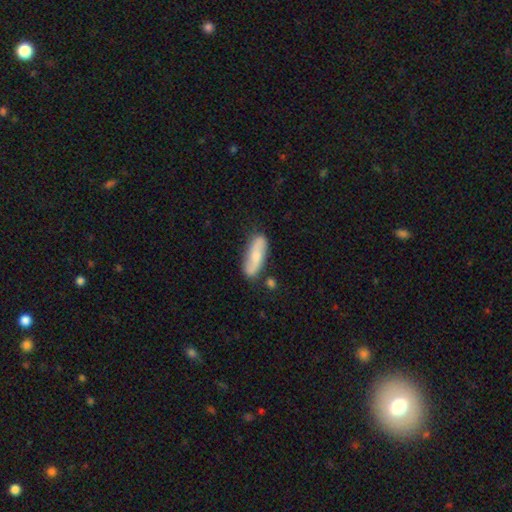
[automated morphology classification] Overall: smooth (49%; featured or disk 46%). Merging: none (76%).